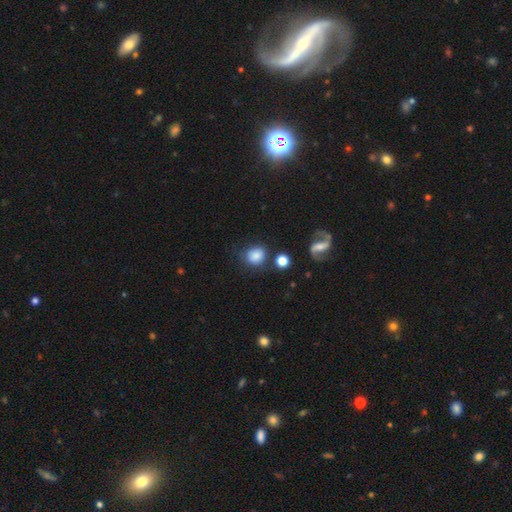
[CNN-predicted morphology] Smooth or featured?
  - smooth: 80% *
  - star or artifact: 10%
  - featured or disk: 9%
How rounded?
  - round: 73% *
  - in between: 26%
  - cigar-shaped: 1%
Merging?
  - none: 67% *
  - minor disturbance: 17%
  - merger: 8%
  - major disturbance: 7%